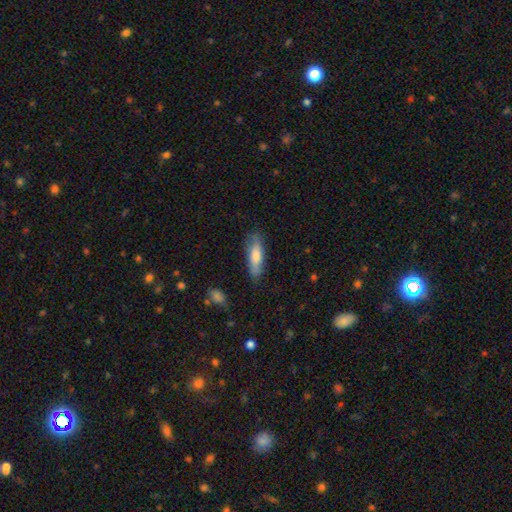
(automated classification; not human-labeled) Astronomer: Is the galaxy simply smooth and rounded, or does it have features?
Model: smooth — 65%.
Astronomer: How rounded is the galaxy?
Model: cigar-shaped — 54% (runner-up: in between, 44%).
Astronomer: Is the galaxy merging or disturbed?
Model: none — 79%.